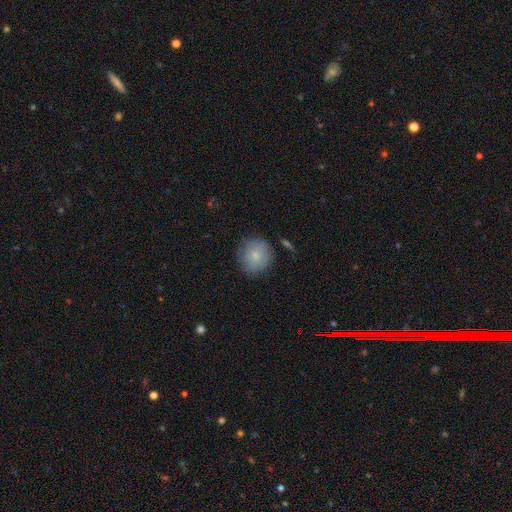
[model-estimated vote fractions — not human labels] Q: Smooth or featured?
A: smooth (81%); runner-up: featured or disk (12%)
Q: How rounded?
A: round (92%); runner-up: in between (7%)
Q: Merging?
A: none (80%); runner-up: minor disturbance (14%)